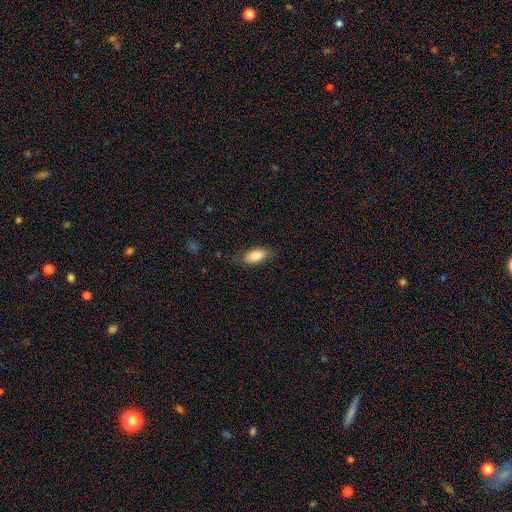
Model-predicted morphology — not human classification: This appears to be a smooth galaxy with no disk features (84%) that is in between round and cigar-shaped (88%). Merging: none (76%).